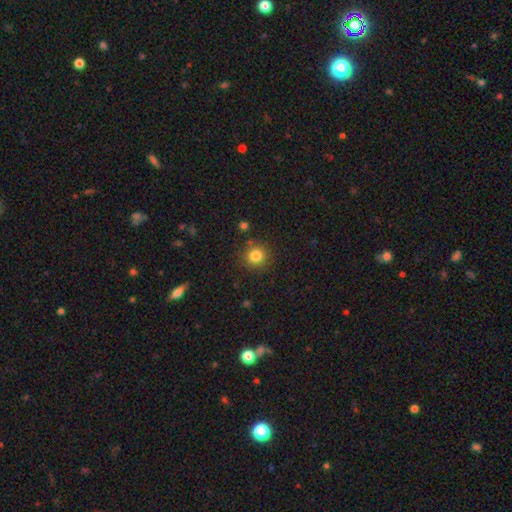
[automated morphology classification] Q: Smooth or featured?
A: smooth (83%); runner-up: star or artifact (12%)
Q: How rounded?
A: round (91%); runner-up: in between (8%)
Q: Merging?
A: none (85%); runner-up: minor disturbance (8%)